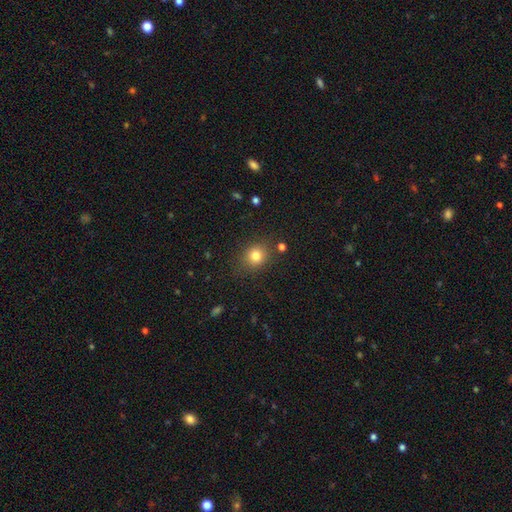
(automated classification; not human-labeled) This appears to be a smooth galaxy with no disk features (80%) that is round (76%). Merging: none (83%).